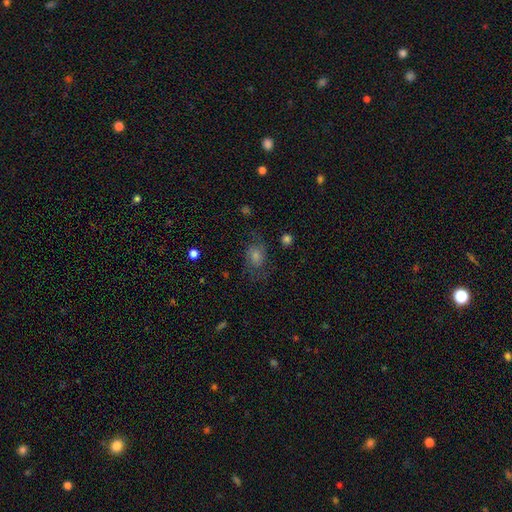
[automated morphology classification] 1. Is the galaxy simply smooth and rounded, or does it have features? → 48% featured or disk, 29% smooth, 23% star or artifact.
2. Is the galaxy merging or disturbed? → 69% none, 17% minor disturbance, 12% major disturbance, 2% merger.